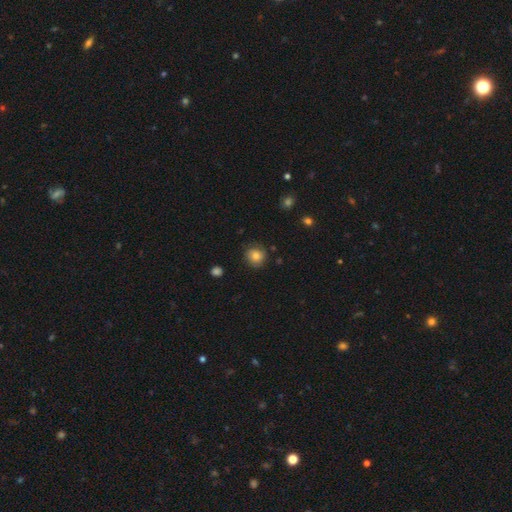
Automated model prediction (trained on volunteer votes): Morphology: type=smooth (78%); roundness=round (86%); merging=none (79%).